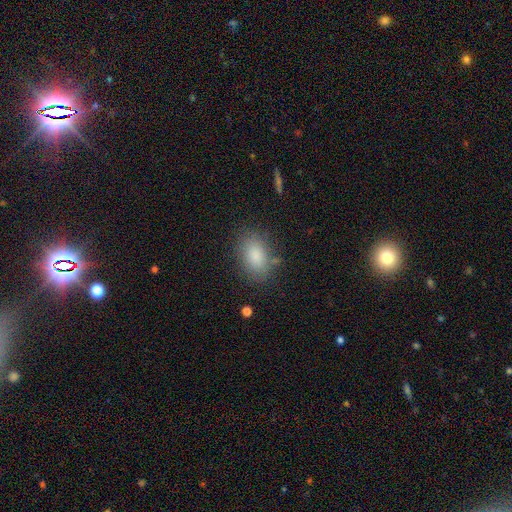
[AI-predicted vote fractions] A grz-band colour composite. It shows a smooth galaxy with no disk features (84%) that is in between round and cigar-shaped (86%). Merging: none (80%).